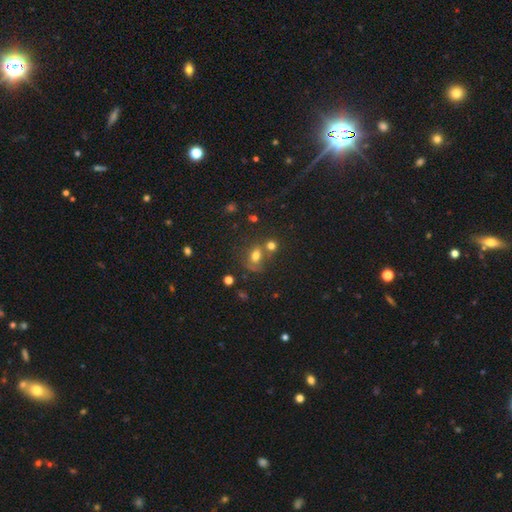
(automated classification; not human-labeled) A smooth galaxy with no disk features (67%) that is in between round and cigar-shaped (55%). Merging: none (39%).